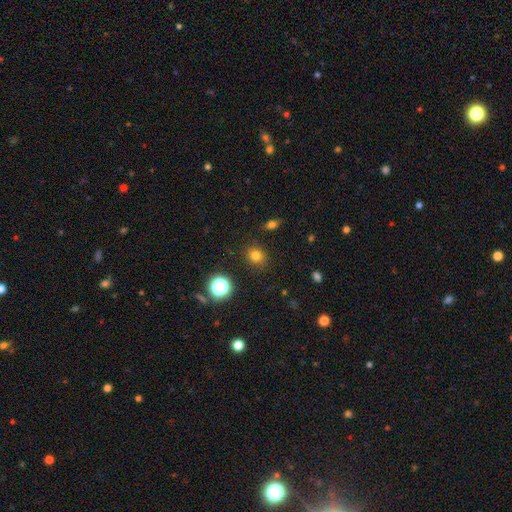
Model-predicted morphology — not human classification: This is likely a smooth galaxy (77%). How rounded: likely round (76%). Merging: clearly none (85%).